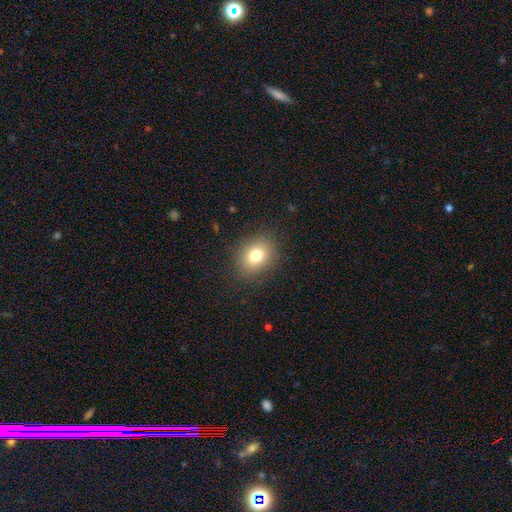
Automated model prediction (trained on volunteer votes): Overall: smooth (78%). How rounded: in between (59%; round 40%). Merging: none (86%).